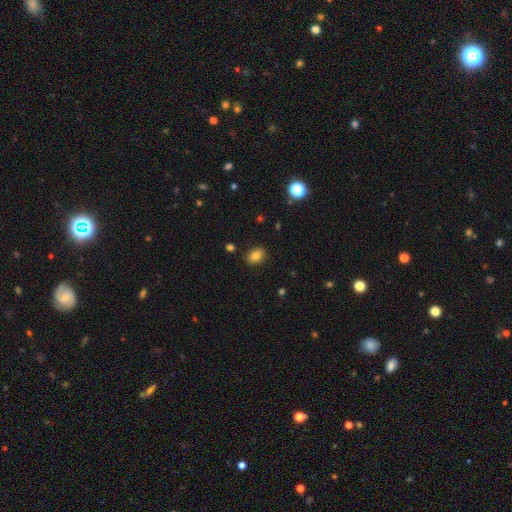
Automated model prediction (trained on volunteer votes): Q: Smooth or featured?
A: smooth (82%); runner-up: star or artifact (11%)
Q: How rounded?
A: in between (53%); runner-up: round (46%)
Q: Merging?
A: none (88%); runner-up: minor disturbance (8%)